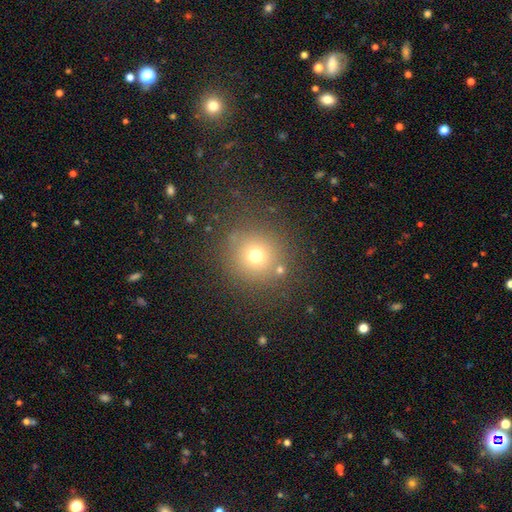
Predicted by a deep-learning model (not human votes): smooth_or_featured: smooth (p=0.69) [alt: star or artifact p=0.20]
how_rounded: round (p=0.92) [alt: in between p=0.07]
merging: none (p=0.81) [alt: minor disturbance p=0.10]